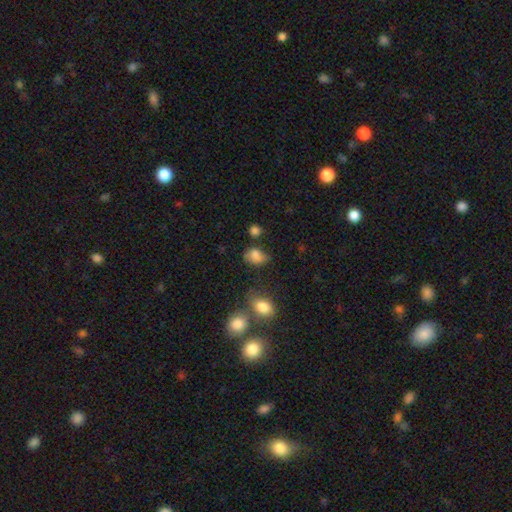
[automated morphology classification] Overall: smooth (80%). How rounded: in between (70%). Merging: none (48%; minor disturbance 31%).